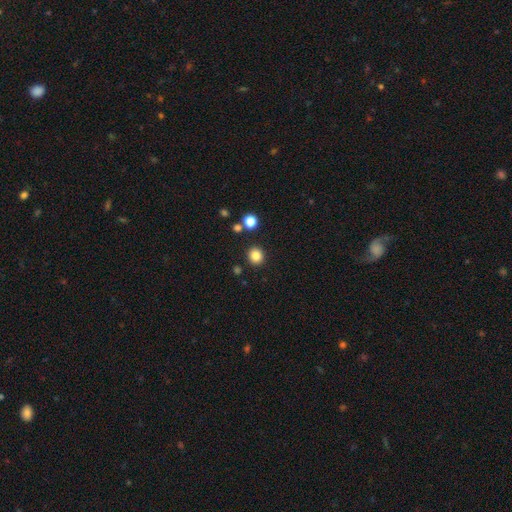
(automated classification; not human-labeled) Smooth or featured?
  - smooth: 84% *
  - star or artifact: 12%
  - featured or disk: 4%
How rounded?
  - round: 88% *
  - in between: 11%
  - cigar-shaped: 1%
Merging?
  - none: 89% *
  - minor disturbance: 6%
  - merger: 3%
  - major disturbance: 2%